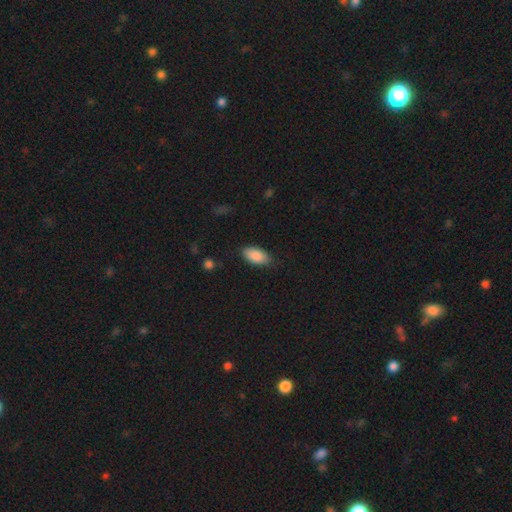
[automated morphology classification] Overall: smooth (88%). How rounded: in between (93%). Merging: none (80%).